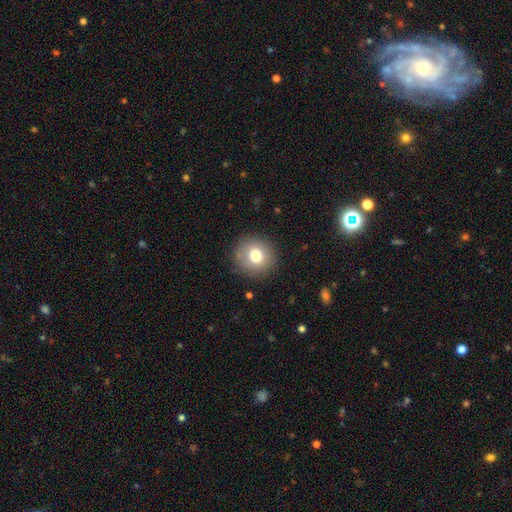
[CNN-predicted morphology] Overall: smooth (76%). How rounded: round (91%). Merging: none (88%).